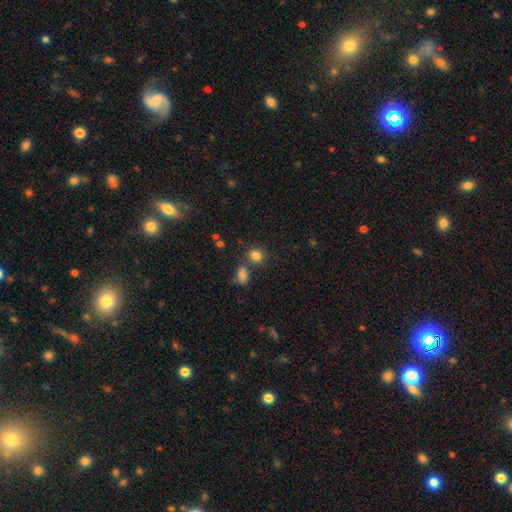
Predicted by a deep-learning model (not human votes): Smooth or featured? smooth (82%)
How rounded? round (76%)
Merging? none (70%)